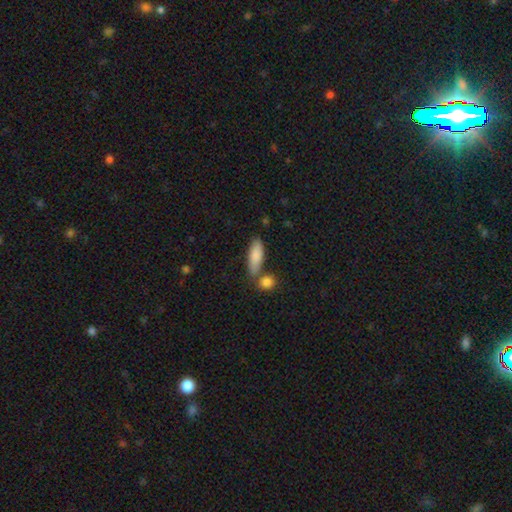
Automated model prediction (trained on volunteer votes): Smooth or featured?
  - smooth: 85% *
  - featured or disk: 10%
  - star or artifact: 6%
How rounded?
  - in between: 61% *
  - cigar-shaped: 36%
  - round: 3%
Merging?
  - none: 66% *
  - merger: 16%
  - minor disturbance: 14%
  - major disturbance: 4%